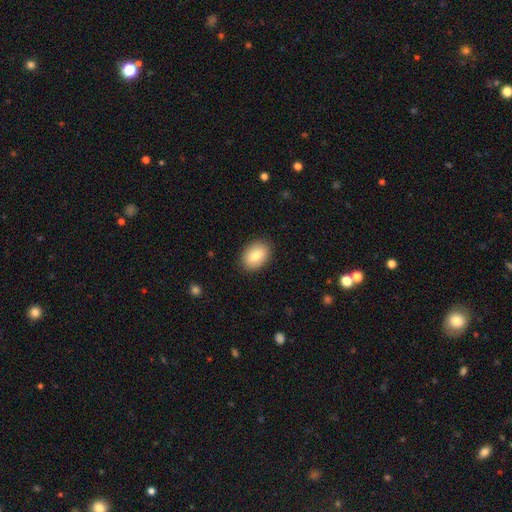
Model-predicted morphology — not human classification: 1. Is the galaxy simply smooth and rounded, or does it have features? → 81% smooth, 12% featured or disk, 7% star or artifact.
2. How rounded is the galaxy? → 79% in between, 20% round, 1% cigar-shaped.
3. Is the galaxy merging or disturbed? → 88% none, 9% minor disturbance, 2% major disturbance, 1% merger.